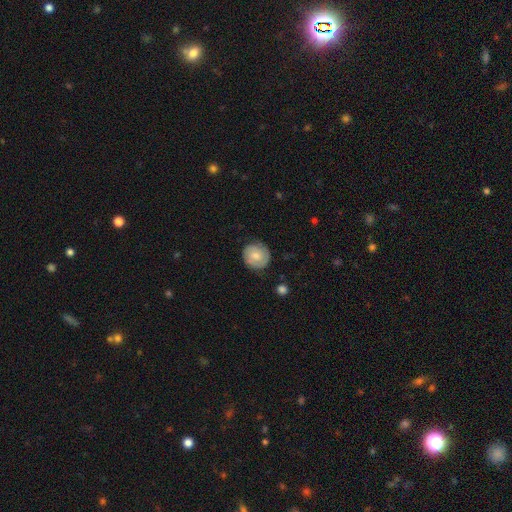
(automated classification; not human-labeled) Smooth or featured? smooth (60%)
How rounded? round (90%)
Merging? none (82%)